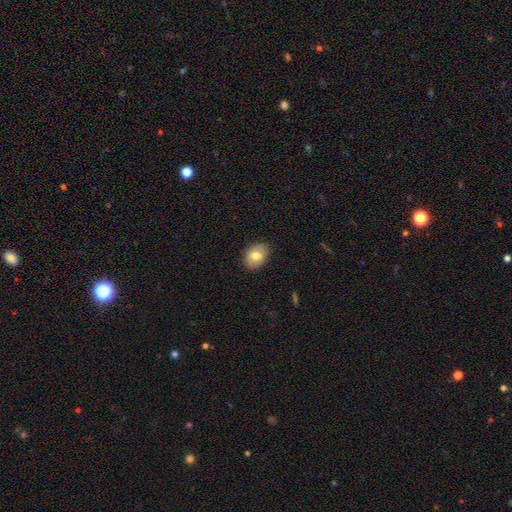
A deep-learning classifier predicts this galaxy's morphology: smooth_or_featured: smooth (p=0.78) [alt: featured or disk p=0.14]
how_rounded: in between (p=0.73) [alt: round p=0.26]
merging: none (p=0.87) [alt: minor disturbance p=0.10]